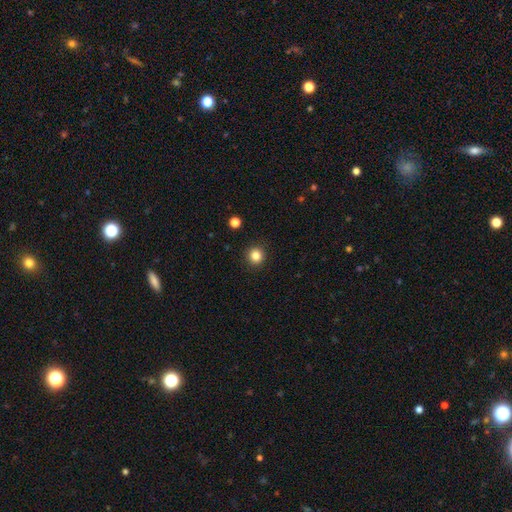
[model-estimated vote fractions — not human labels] Smooth or featured?
  - smooth: 84% *
  - star or artifact: 12%
  - featured or disk: 5%
How rounded?
  - round: 94% *
  - in between: 5%
  - cigar-shaped: 1%
Merging?
  - none: 92% *
  - minor disturbance: 5%
  - major disturbance: 2%
  - merger: 1%